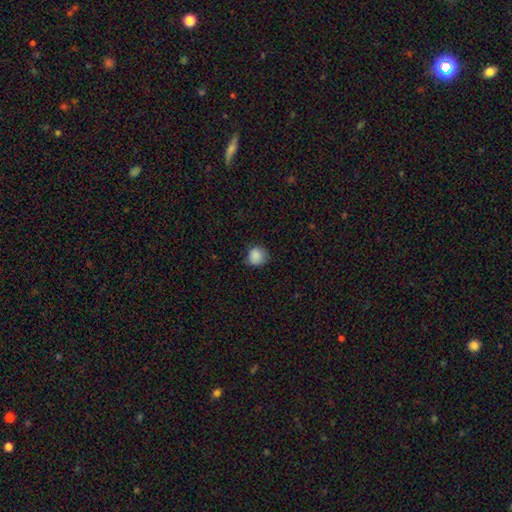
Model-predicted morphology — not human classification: A smooth galaxy with no disk features (88%) that is round (88%). Merging: none (76%).